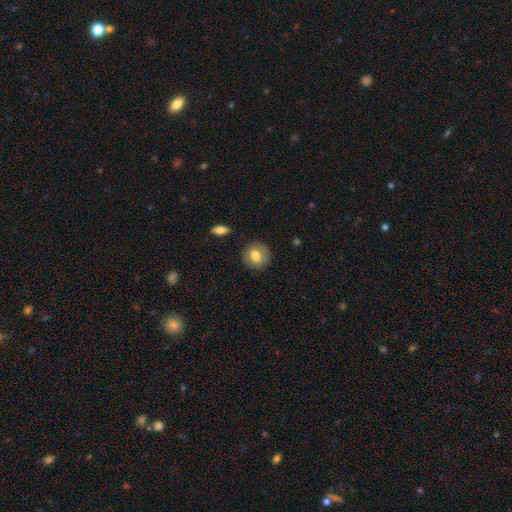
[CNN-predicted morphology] Smooth or featured?
  - smooth: 72% *
  - featured or disk: 21%
  - star or artifact: 7%
How rounded?
  - round: 78% *
  - in between: 21%
  - cigar-shaped: 1%
Merging?
  - none: 84% *
  - minor disturbance: 11%
  - major disturbance: 3%
  - merger: 2%